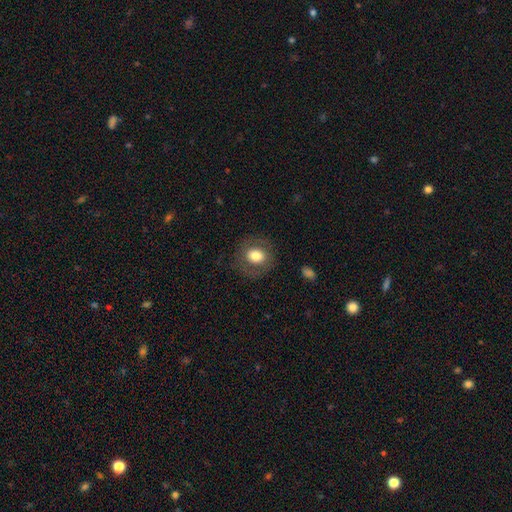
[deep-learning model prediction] Overall: smooth (70%). How rounded: round (72%). Merging: none (80%).